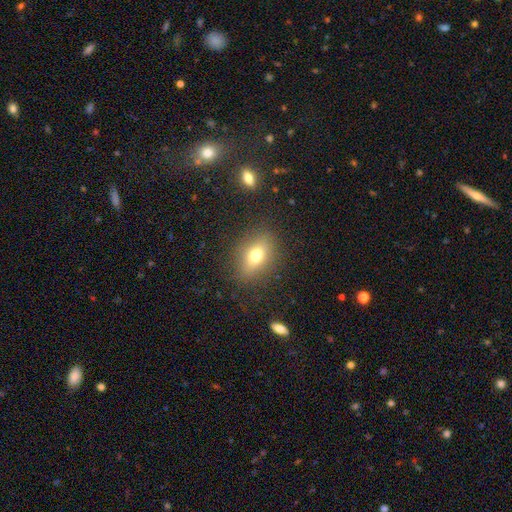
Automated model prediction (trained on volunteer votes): The model was most divided on "how rounded": in between: 69%, round: 28%, cigar-shaped: 4%. More confident: merging — none (83%); smooth or featured — smooth (69%).